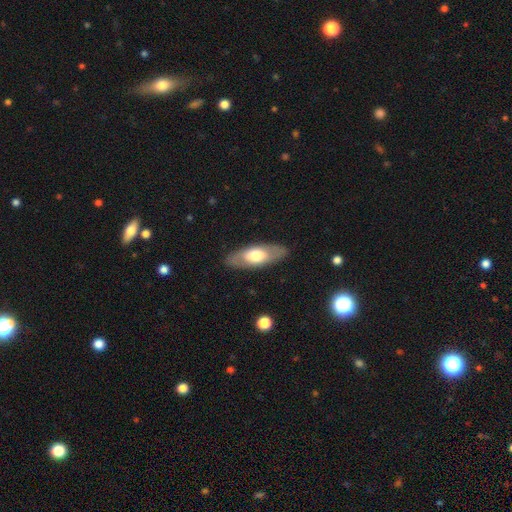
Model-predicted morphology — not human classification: smooth_or_featured: smooth (p=0.53) [alt: featured or disk p=0.42]
how_rounded: in between (p=0.74) [alt: cigar-shaped p=0.23]
merging: none (p=0.85) [alt: minor disturbance p=0.10]